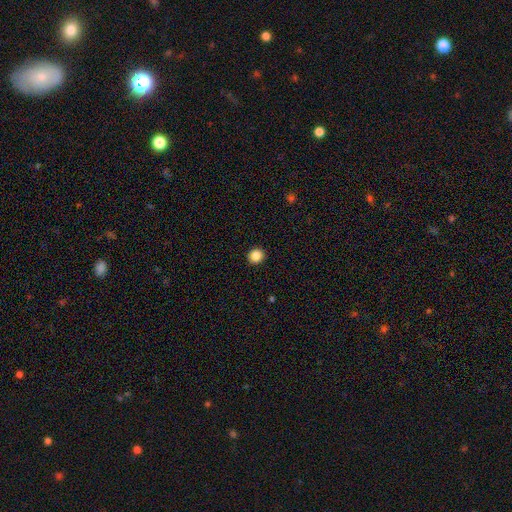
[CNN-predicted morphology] A smooth galaxy with no disk features (86%) that is round (91%).

Vote fractions:
- Smooth or featured? smooth: 86% / star or artifact: 10% / featured or disk: 4%
- How rounded? round: 91% / in between: 8% / cigar-shaped: 1%
- Merging? none: 93% / minor disturbance: 4% / major disturbance: 2% / merger: 1%